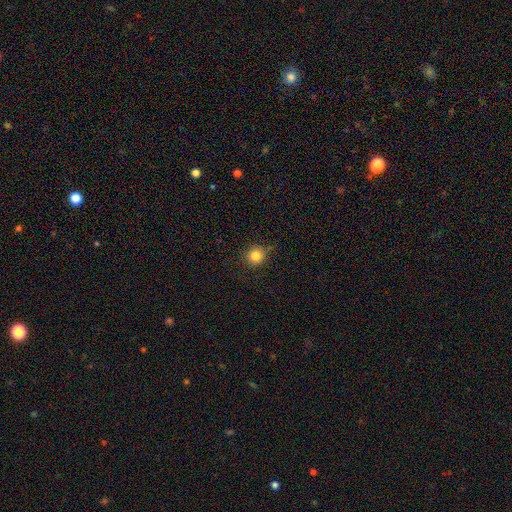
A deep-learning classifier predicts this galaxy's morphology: Smooth or featured: smooth — 83% (star or artifact — 12%)
How rounded: round — 91% (in between — 8%)
Merging: none — 83% (minor disturbance — 12%)